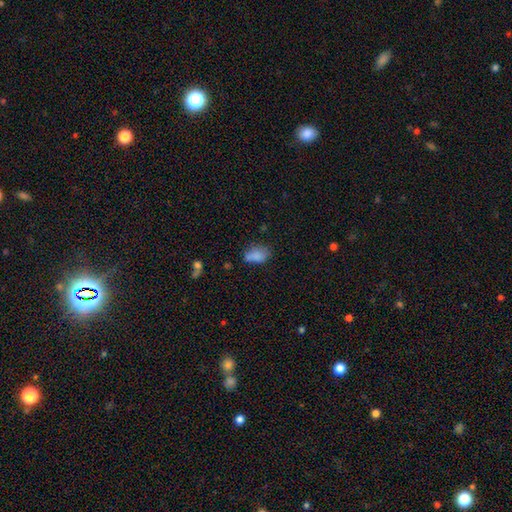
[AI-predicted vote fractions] A smooth galaxy with no disk features (79%) that is in between round and cigar-shaped (84%). Merging: none (47%).